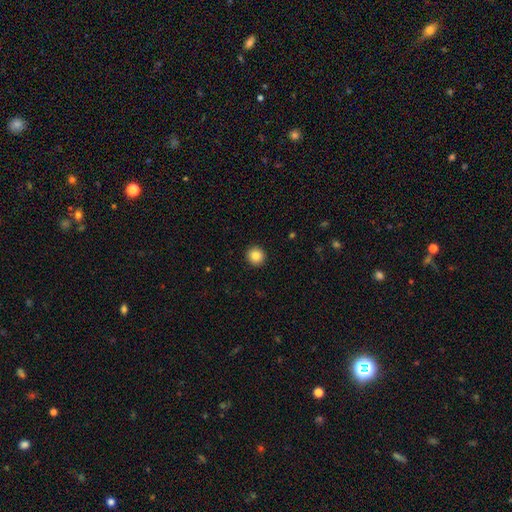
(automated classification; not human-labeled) smooth-or-featured: smooth: 86% | star or artifact: 9% | featured or disk: 4%
  how-rounded: round: 94% | in between: 5% | cigar-shaped: 1%
  merging: none: 93% | minor disturbance: 4% | major disturbance: 2% | merger: 1%